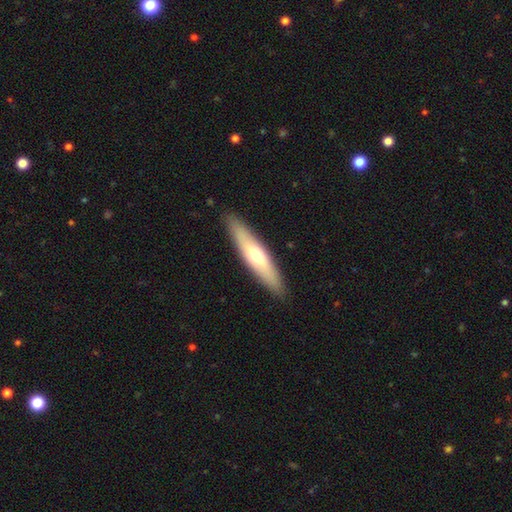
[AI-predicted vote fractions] A smooth galaxy with no disk features (52%) that is cigar-shaped (80%).

Vote fractions:
- Smooth or featured? smooth: 52% / featured or disk: 43% / star or artifact: 5%
- How rounded? cigar-shaped: 80% / in between: 19% / round: 1%
- Merging? none: 90% / minor disturbance: 8% / major disturbance: 2% / merger: 1%